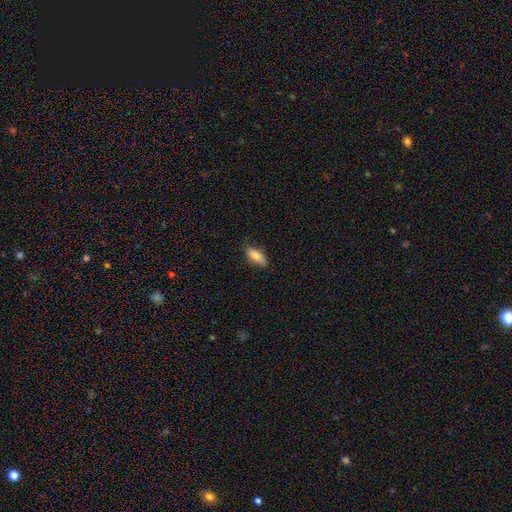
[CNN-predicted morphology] Smooth or featured?
  - smooth: 81% *
  - featured or disk: 12%
  - star or artifact: 7%
How rounded?
  - in between: 77% *
  - cigar-shaped: 20%
  - round: 2%
Merging?
  - none: 82% *
  - minor disturbance: 15%
  - major disturbance: 2%
  - merger: 1%